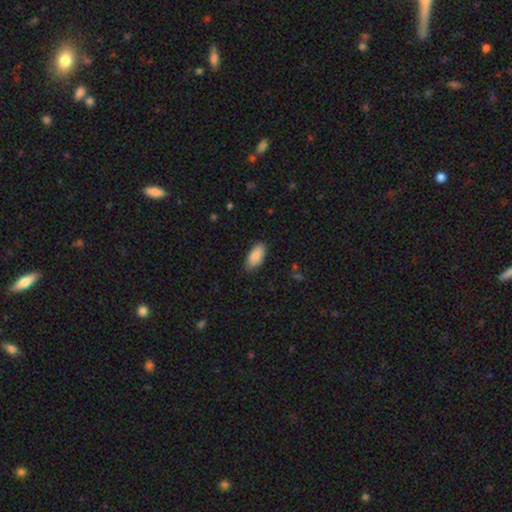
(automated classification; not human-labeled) A smooth galaxy with no disk features (87%) that is in between round and cigar-shaped (93%). Merging: none (80%).